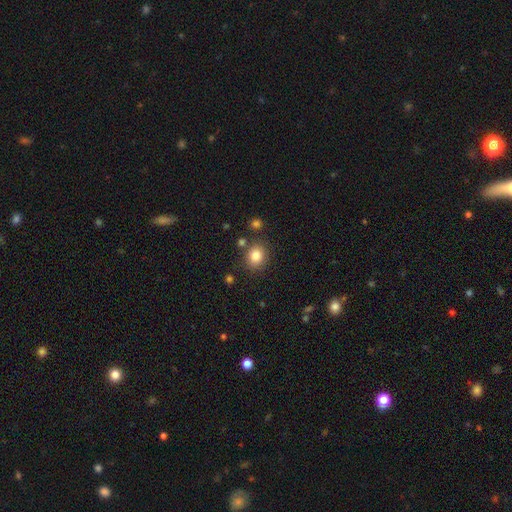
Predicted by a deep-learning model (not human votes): This appears to be a smooth galaxy with no disk features (83%) that is round (69%). Merging: none (81%).